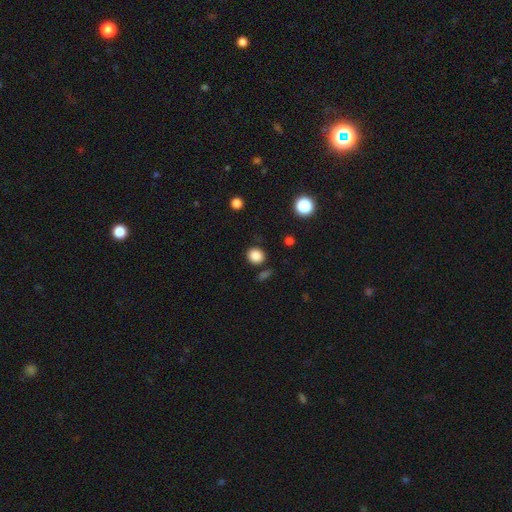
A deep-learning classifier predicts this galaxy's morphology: Q: Smooth or featured?
A: smooth (86%); runner-up: star or artifact (11%)
Q: How rounded?
A: round (77%); runner-up: in between (22%)
Q: Merging?
A: none (84%); runner-up: minor disturbance (9%)